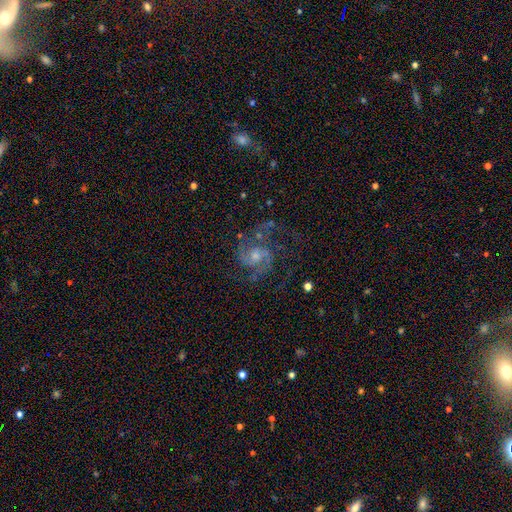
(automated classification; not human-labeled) smooth_or_featured: featured or disk (p=0.86) [alt: star or artifact p=0.08]
disk_edge_on: no (p=0.98) [alt: yes p=0.02]
bar: no (p=0.60) [alt: weak p=0.34]
has_spiral_arms: yes (p=0.97) [alt: no p=0.03]
spiral_winding: medium (p=0.56) [alt: tight p=0.26]
spiral_arm_count: 2 (p=0.63) [alt: 3 p=0.18]
bulge_size: moderate (p=0.46) [alt: small p=0.44]
merging: none (p=0.66) [alt: minor disturbance p=0.16]